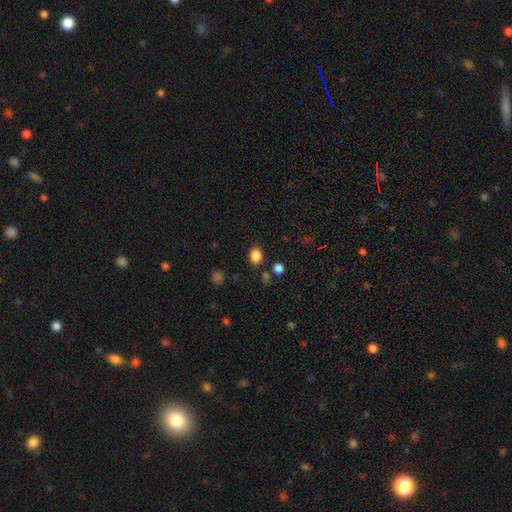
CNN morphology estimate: Smooth or featured: smooth — 85% (star or artifact — 11%)
How rounded: in between — 70% (round — 29%)
Merging: none — 82% (minor disturbance — 11%)